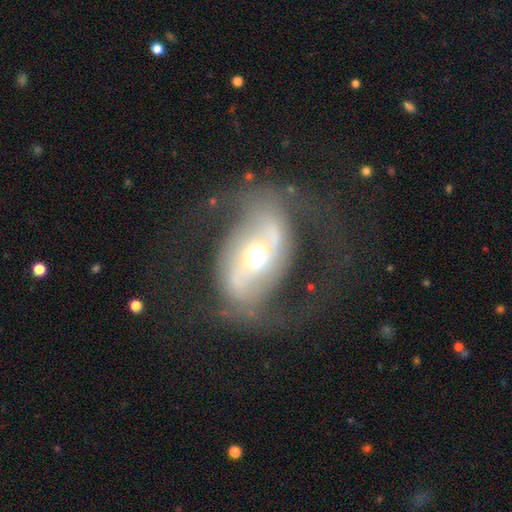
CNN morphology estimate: Q: Smooth or featured?
A: featured or disk (76%); runner-up: smooth (17%)
Q: Edge-on disk?
A: no (95%); runner-up: yes (5%)
Q: Bar?
A: no (41%); runner-up: weak (31%)
Q: Spiral arms?
A: yes (79%); runner-up: no (21%)
Q: Spiral winding?
A: loose (51%); runner-up: medium (36%)
Q: Spiral arm count?
A: 2 (89%); runner-up: can't tell (6%)
Q: Bulge size?
A: moderate (67%); runner-up: large (15%)
Q: Merging?
A: none (59%); runner-up: major disturbance (21%)